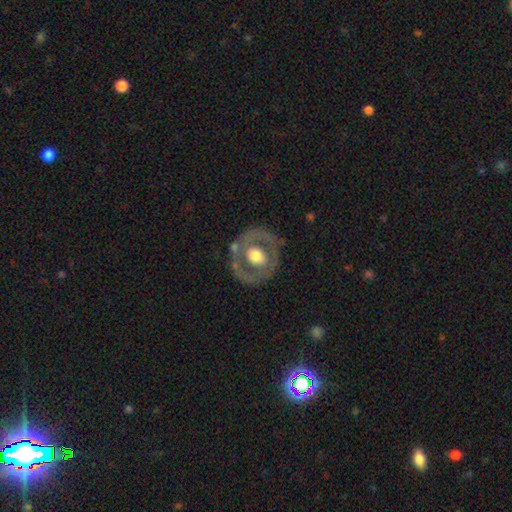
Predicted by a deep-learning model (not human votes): Overall: featured or disk (59%; smooth 35%). Edge-on disk: no (95%). Bar: no (77%). Spiral arms: no (81%). Bulge size: moderate (55%; large 37%). Merging: none (73%).